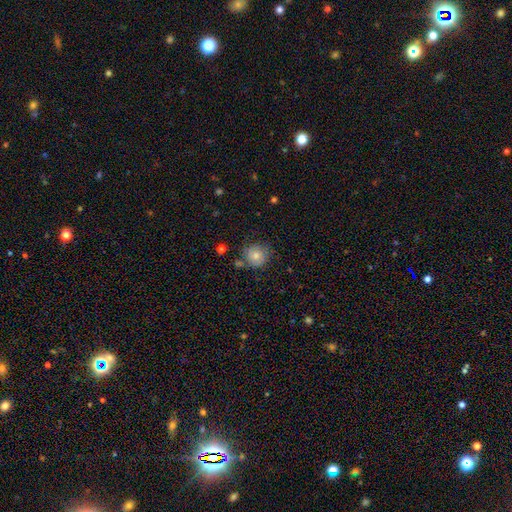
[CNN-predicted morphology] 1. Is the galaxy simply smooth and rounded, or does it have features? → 65% smooth, 22% featured or disk, 13% star or artifact.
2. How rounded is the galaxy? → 91% round, 8% in between, 1% cigar-shaped.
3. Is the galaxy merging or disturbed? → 76% none, 16% minor disturbance, 4% major disturbance, 4% merger.